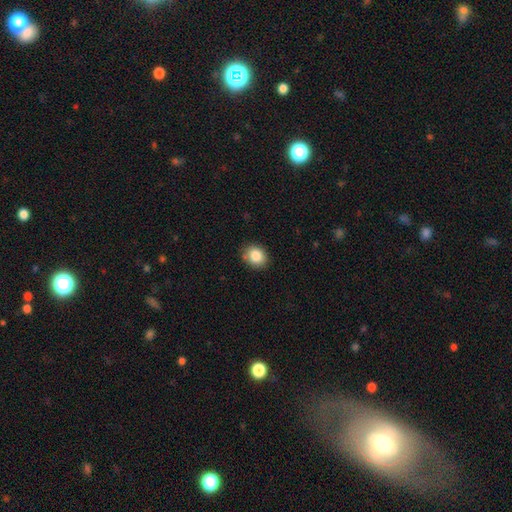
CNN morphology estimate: Q: Smooth or featured?
A: smooth (86%); runner-up: star or artifact (9%)
Q: How rounded?
A: round (57%); runner-up: in between (42%)
Q: Merging?
A: none (82%); runner-up: minor disturbance (13%)